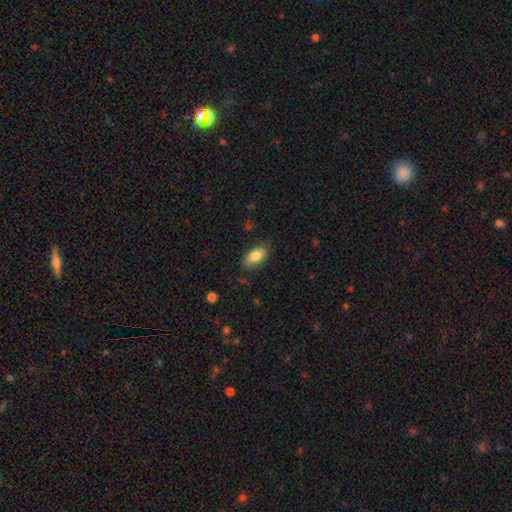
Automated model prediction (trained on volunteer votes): Smooth or featured: smooth — 84% (featured or disk — 9%)
How rounded: in between — 90% (cigar-shaped — 6%)
Merging: none — 82% (minor disturbance — 14%)